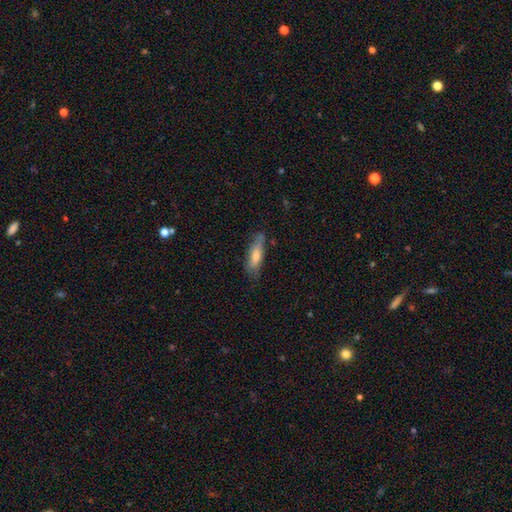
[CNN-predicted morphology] The model was most divided on "how rounded": cigar-shaped: 62%, in between: 36%, round: 2%. More confident: merging — none (68%); smooth or featured — smooth (60%).